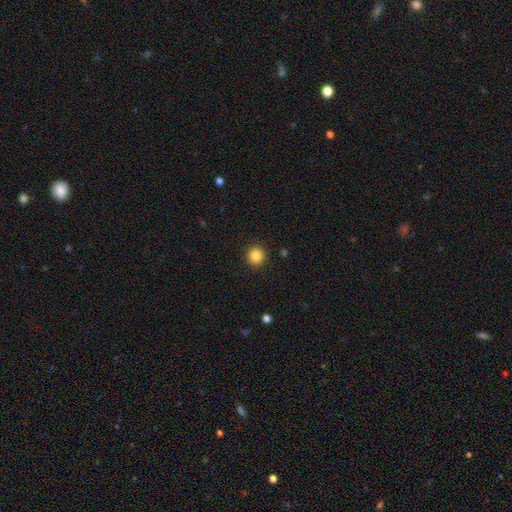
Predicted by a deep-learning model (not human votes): A smooth galaxy with no disk features (85%) that is round (93%). Merging: none (92%).